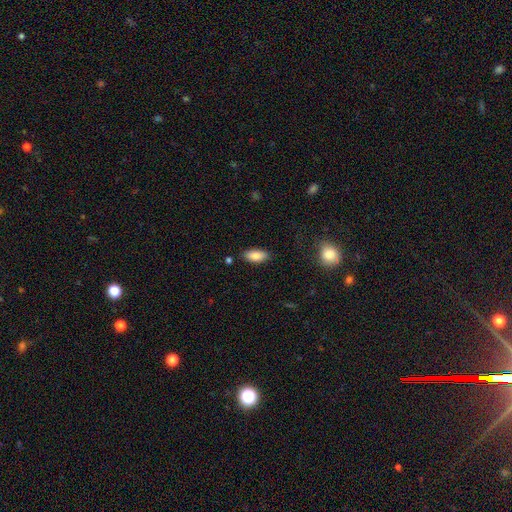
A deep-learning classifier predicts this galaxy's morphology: This appears to be a smooth galaxy with no disk features (85%) that is in between round and cigar-shaped (89%). Merging: none (85%).